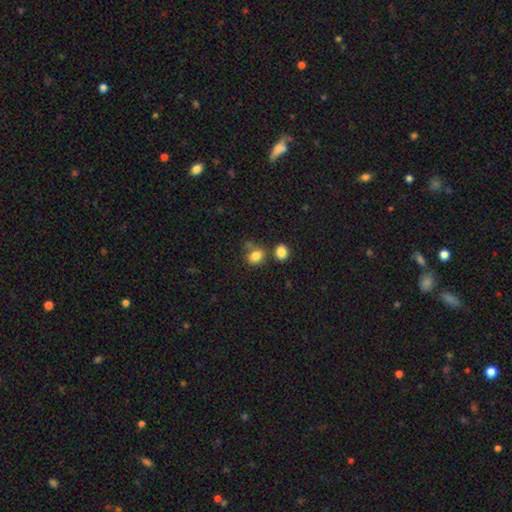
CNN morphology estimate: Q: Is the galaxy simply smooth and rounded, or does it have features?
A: smooth — 83%.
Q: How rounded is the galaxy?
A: round — 63%.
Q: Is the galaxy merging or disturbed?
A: none — 64%.